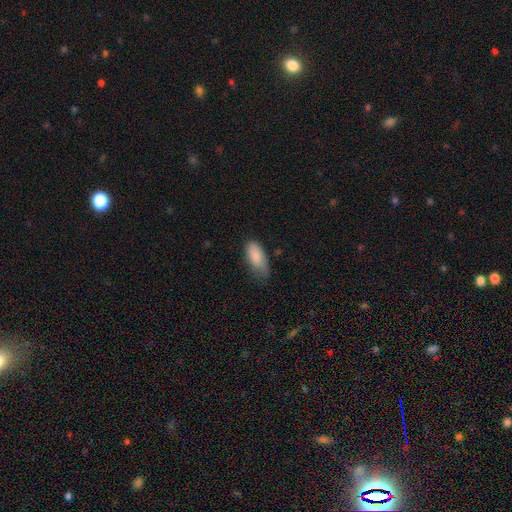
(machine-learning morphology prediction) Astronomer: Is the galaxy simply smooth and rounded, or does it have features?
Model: smooth — 86%.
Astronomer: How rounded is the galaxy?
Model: in between — 88%.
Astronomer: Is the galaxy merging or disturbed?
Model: none — 48% (runner-up: minor disturbance, 40%).